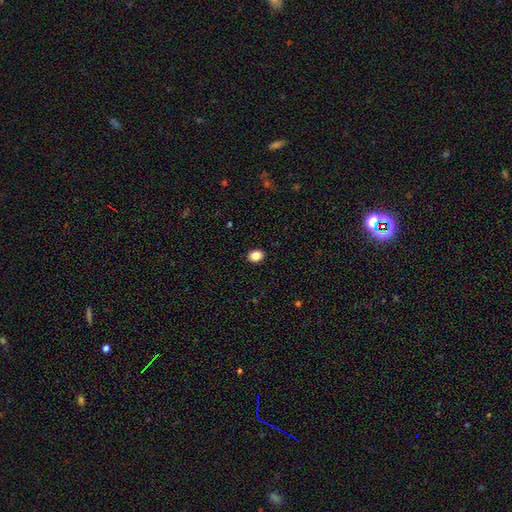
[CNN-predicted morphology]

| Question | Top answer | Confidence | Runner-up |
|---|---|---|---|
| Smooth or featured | smooth | 87% | star or artifact (9%) |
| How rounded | in between | 65% | round (34%) |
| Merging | none | 91% | minor disturbance (7%) |